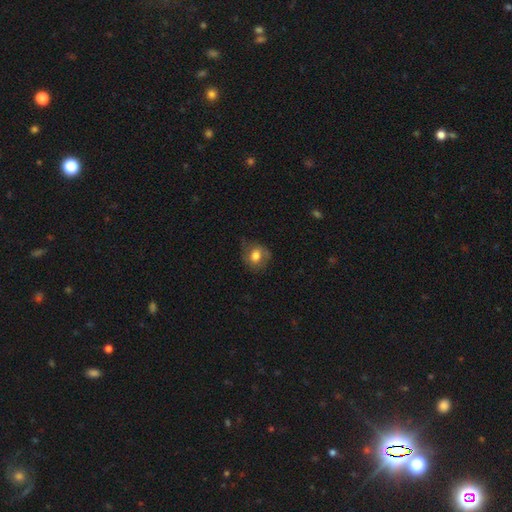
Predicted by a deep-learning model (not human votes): Smooth or featured?
  - smooth: 66% *
  - featured or disk: 25%
  - star or artifact: 8%
How rounded?
  - round: 65% *
  - in between: 34%
  - cigar-shaped: 1%
Merging?
  - none: 62% *
  - minor disturbance: 25%
  - major disturbance: 12%
  - merger: 1%